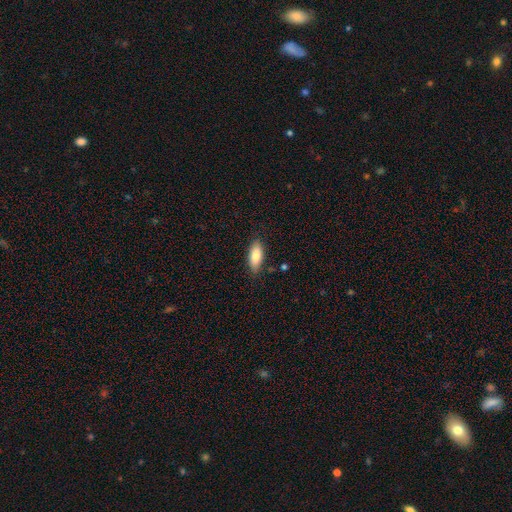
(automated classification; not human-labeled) smooth_or_featured: smooth (p=0.82) [alt: featured or disk p=0.12]
how_rounded: in between (p=0.78) [alt: cigar-shaped p=0.20]
merging: none (p=0.83) [alt: minor disturbance p=0.13]